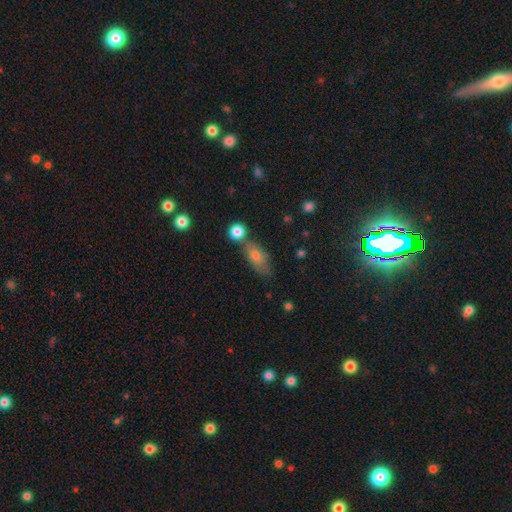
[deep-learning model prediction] The model was most divided on "merging": none: 54%, merger: 20%, minor disturbance: 19%, major disturbance: 7%. More confident: how rounded — in between (75%); smooth or featured — smooth (72%).